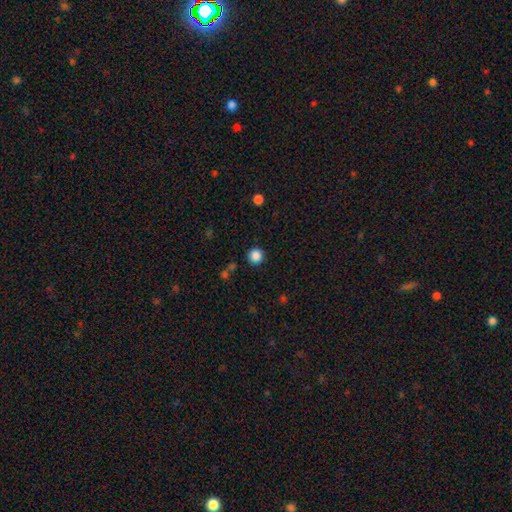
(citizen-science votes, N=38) Morphology: type=smooth (89%); roundness=round (91%); merging=none (83%).